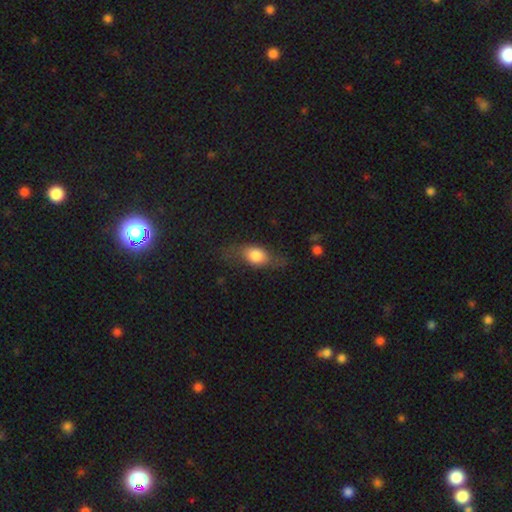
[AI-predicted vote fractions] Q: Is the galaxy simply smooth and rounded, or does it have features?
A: smooth — 69%.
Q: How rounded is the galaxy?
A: in between — 70%.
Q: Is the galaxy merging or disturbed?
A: none — 60%.